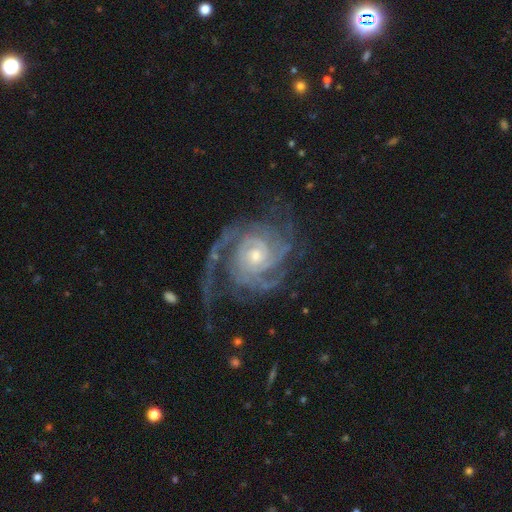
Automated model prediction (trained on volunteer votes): featured or disk 92%, star or artifact 5%, smooth 3%. Down the decision tree: edge-on disk — no (98%); bar — no (71%); spiral arms — yes (98%); spiral arm count — 2 (28%); spiral winding — tight (63%); bulge size — moderate (48%); merging — none (64%).